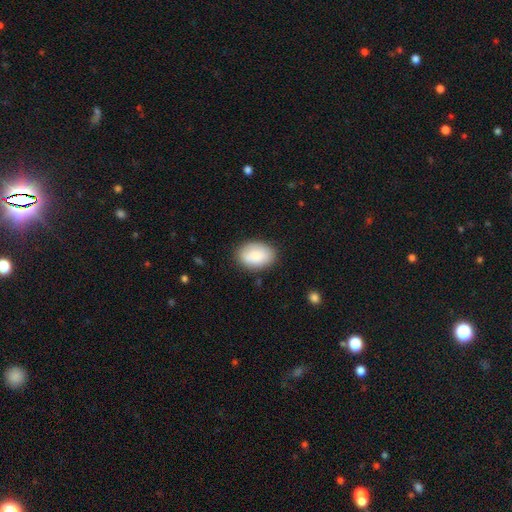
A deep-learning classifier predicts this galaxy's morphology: smooth_or_featured: smooth (p=0.85) [alt: featured or disk p=0.09]
how_rounded: in between (p=0.85) [alt: round p=0.14]
merging: none (p=0.84) [alt: minor disturbance p=0.12]